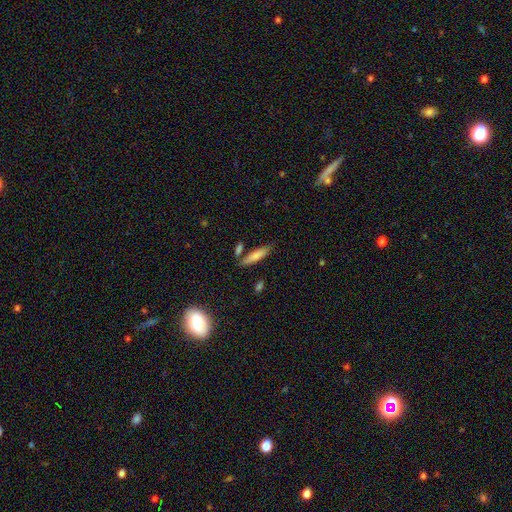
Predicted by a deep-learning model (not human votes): A smooth galaxy with no disk features (78%) that is cigar-shaped (71%). Merging: none (75%).